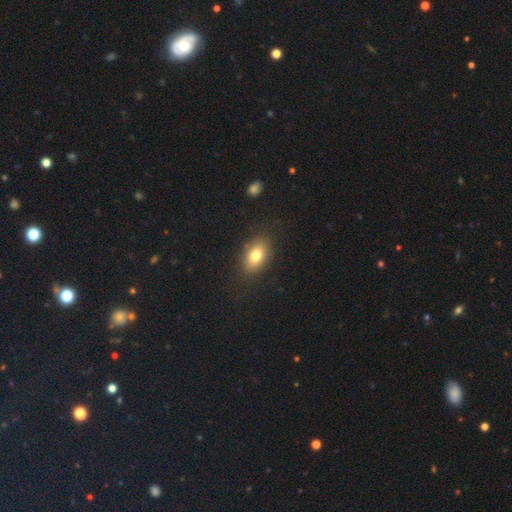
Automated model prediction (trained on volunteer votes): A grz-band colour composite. It shows a smooth galaxy with no disk features (78%) that is in between round and cigar-shaped (86%). Merging: none (85%).